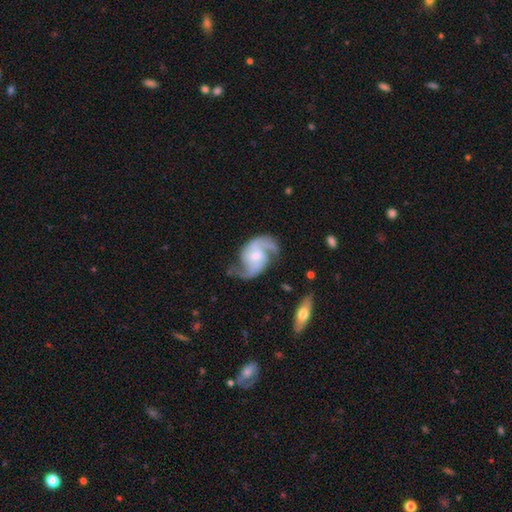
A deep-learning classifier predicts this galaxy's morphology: Smooth or featured: featured or disk — 89% (smooth — 6%)
Edge-on disk: no — 98% (yes — 2%)
Bar: no — 47% (weak — 41%)
Spiral arms: yes — 97% (no — 3%)
Spiral winding: medium — 46% (loose — 42%)
Spiral arm count: 2 — 87% (3 — 5%)
Bulge size: small — 53% (moderate — 36%)
Merging: none — 66% (minor disturbance — 19%)